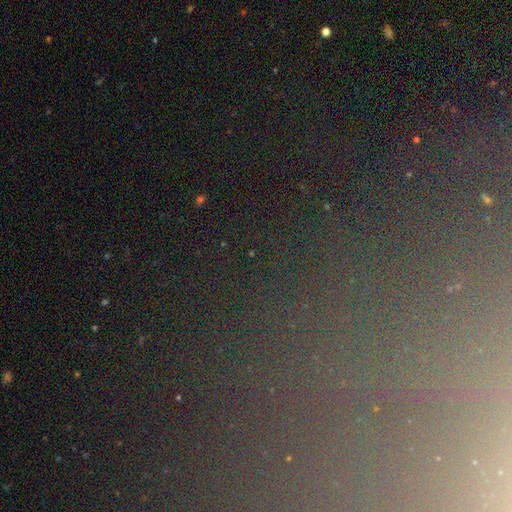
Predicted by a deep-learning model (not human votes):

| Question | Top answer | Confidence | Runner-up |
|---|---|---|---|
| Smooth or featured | star or artifact | 74% | smooth (13%) |